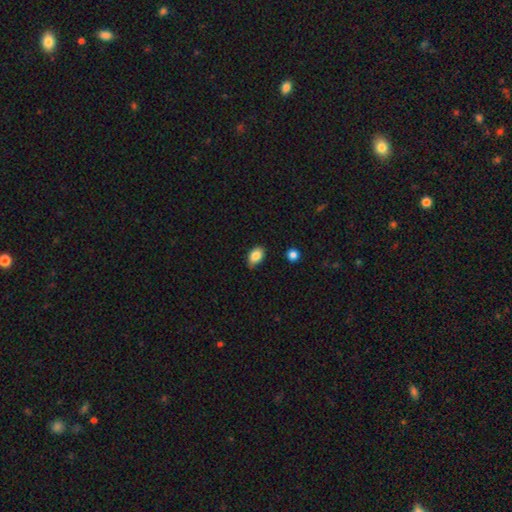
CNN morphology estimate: Smooth or featured? smooth (85%)
How rounded? in between (87%)
Merging? none (76%)